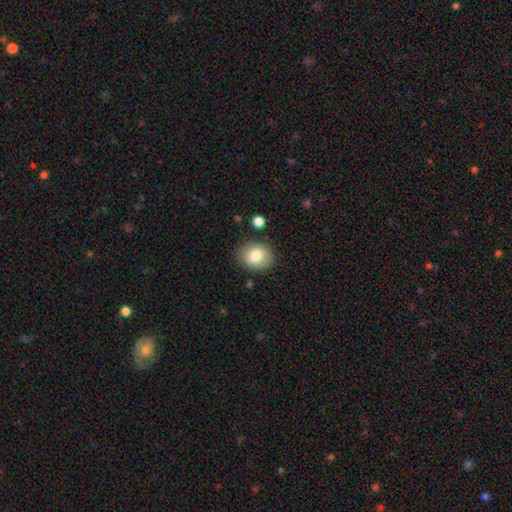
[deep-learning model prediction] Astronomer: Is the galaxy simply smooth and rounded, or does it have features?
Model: smooth — 79%.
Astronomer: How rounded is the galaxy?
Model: round — 53% (runner-up: in between, 46%).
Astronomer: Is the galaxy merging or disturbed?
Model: none — 83%.